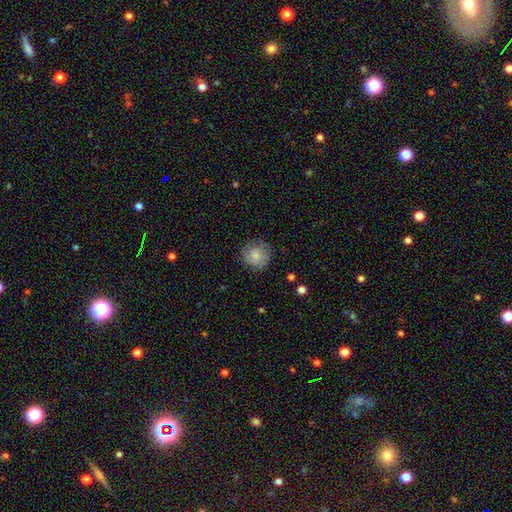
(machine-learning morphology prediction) This is likely a smooth galaxy (76%). How rounded: clearly round (91%). Merging: likely none (79%).